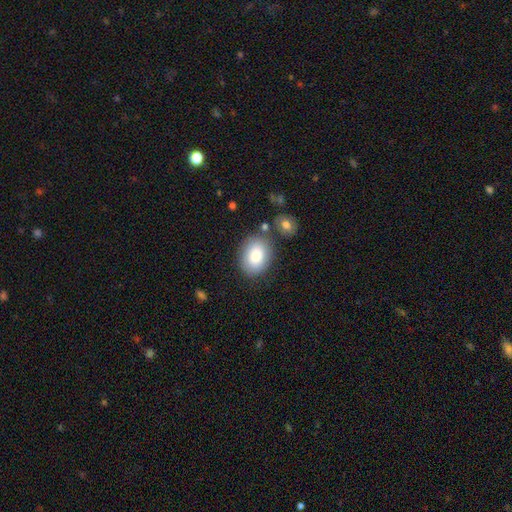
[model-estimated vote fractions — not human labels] Smooth or featured? Predicted: smooth (p=0.81). How rounded? Predicted: in between (p=0.62). Merging? Predicted: none (p=0.77).